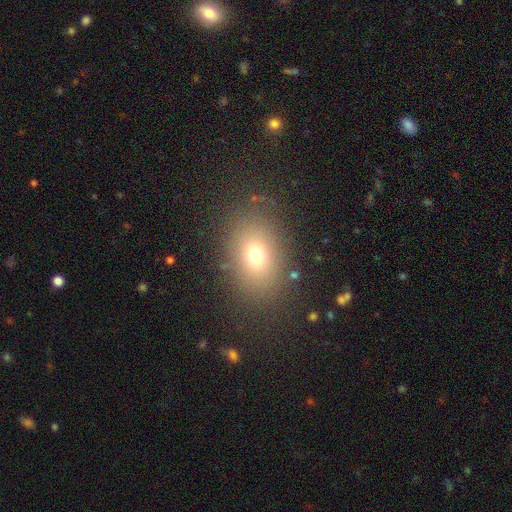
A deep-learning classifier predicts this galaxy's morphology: type=smooth (71%); roundness=in between (70%); merging=none (83%).